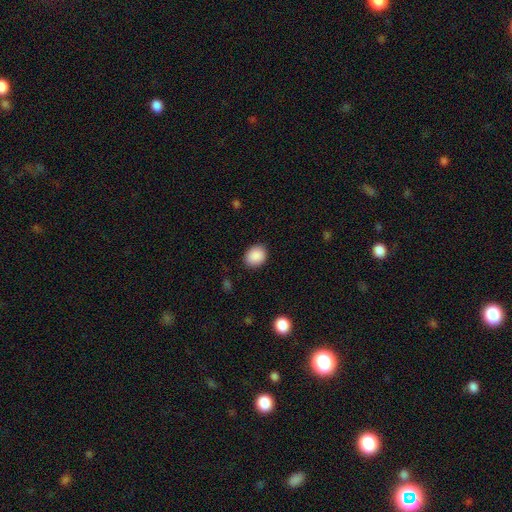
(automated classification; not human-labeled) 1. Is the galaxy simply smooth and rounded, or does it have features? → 90% smooth, 8% star or artifact, 3% featured or disk.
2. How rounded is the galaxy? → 53% round, 47% in between, 1% cigar-shaped.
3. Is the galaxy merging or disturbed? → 88% none, 9% minor disturbance, 3% major disturbance, 1% merger.